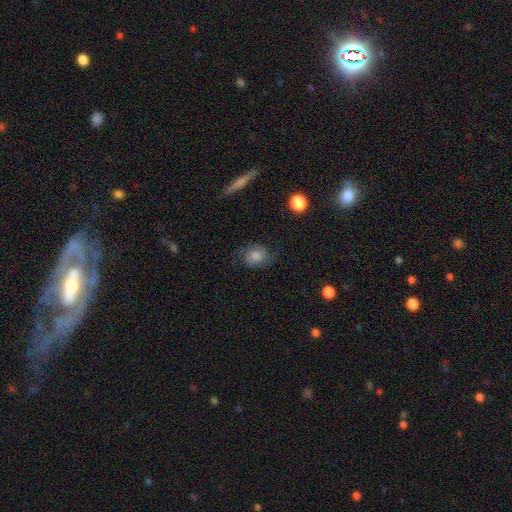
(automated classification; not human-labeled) Overall: smooth (53%; featured or disk 36%). How rounded: in between (53%; round 45%). Merging: none (73%).